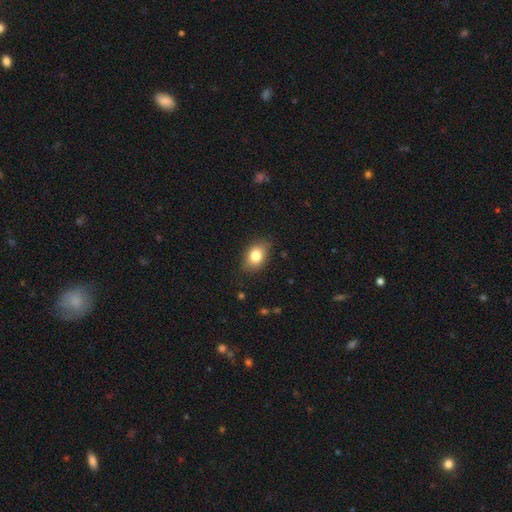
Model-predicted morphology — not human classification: smooth 80%, featured or disk 12%, star or artifact 9%. Down the decision tree: how rounded — in between (81%); merging — none (82%).